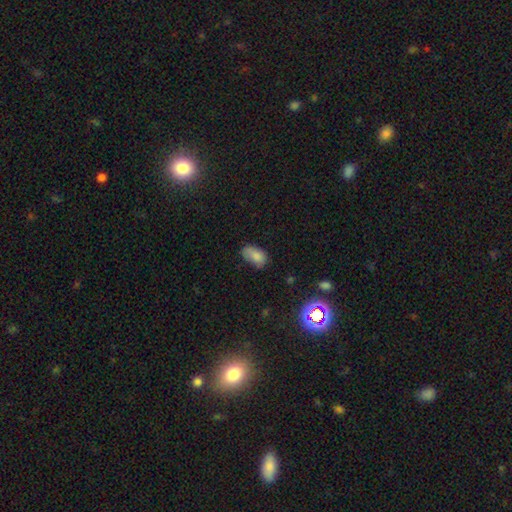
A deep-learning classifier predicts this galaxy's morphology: Smooth or featured: smooth — 79% (featured or disk — 11%)
How rounded: in between — 91% (round — 8%)
Merging: none — 53% (minor disturbance — 34%)